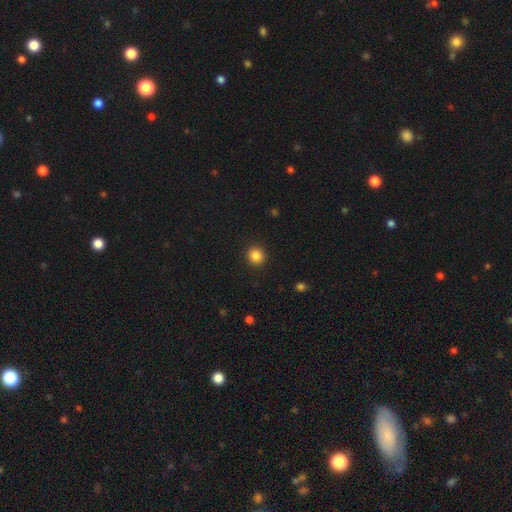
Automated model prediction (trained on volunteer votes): This appears to be a smooth galaxy with no disk features (86%) that is round (91%). Merging: none (92%).